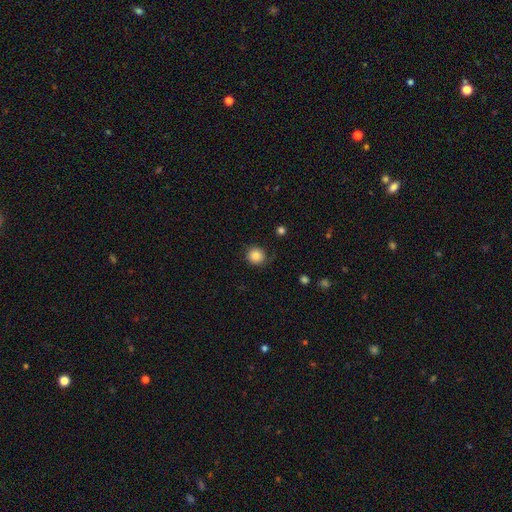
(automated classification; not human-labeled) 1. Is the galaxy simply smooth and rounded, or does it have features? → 85% smooth, 10% star or artifact, 5% featured or disk.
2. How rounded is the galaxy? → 91% round, 8% in between, 1% cigar-shaped.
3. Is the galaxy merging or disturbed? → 80% none, 15% minor disturbance, 4% major disturbance, 2% merger.